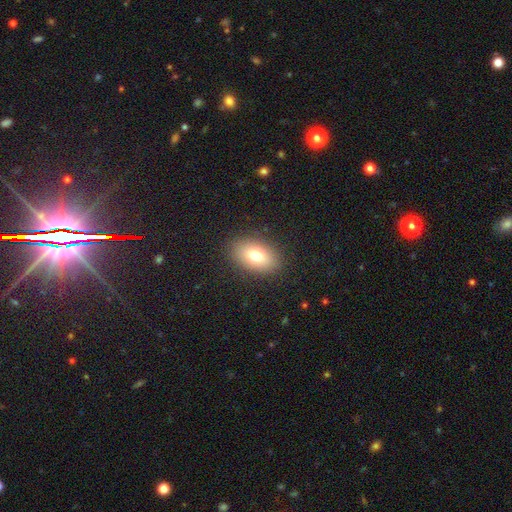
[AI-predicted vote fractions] This appears to be a smooth galaxy with no disk features (76%) that is in between round and cigar-shaped (88%). Merging: none (88%).